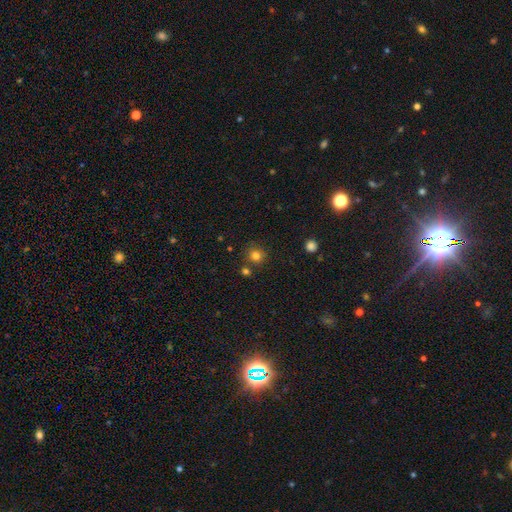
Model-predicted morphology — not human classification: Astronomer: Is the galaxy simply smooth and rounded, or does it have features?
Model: smooth — 80%.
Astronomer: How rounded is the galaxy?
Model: round — 91%.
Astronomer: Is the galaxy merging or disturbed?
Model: none — 79%.